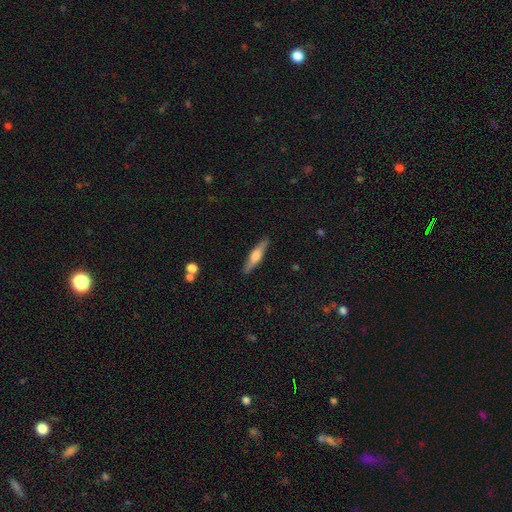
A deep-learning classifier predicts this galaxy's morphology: Smooth or featured? featured or disk (52%)
Edge-on disk? yes (94%)
Merging? none (88%)